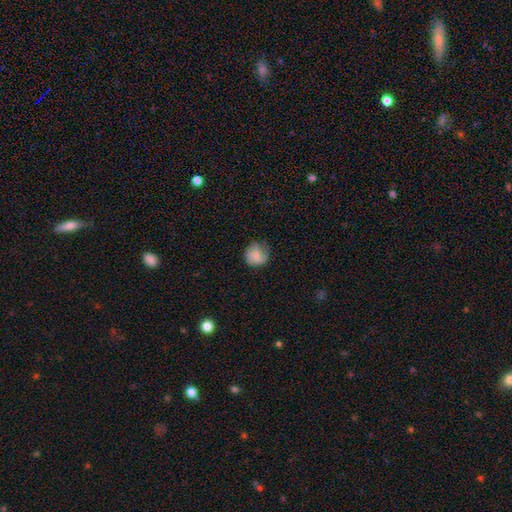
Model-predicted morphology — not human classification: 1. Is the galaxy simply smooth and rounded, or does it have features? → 72% smooth, 20% featured or disk, 8% star or artifact.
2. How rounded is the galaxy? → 83% round, 16% in between, 1% cigar-shaped.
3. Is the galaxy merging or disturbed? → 58% none, 28% minor disturbance, 13% major disturbance, 1% merger.